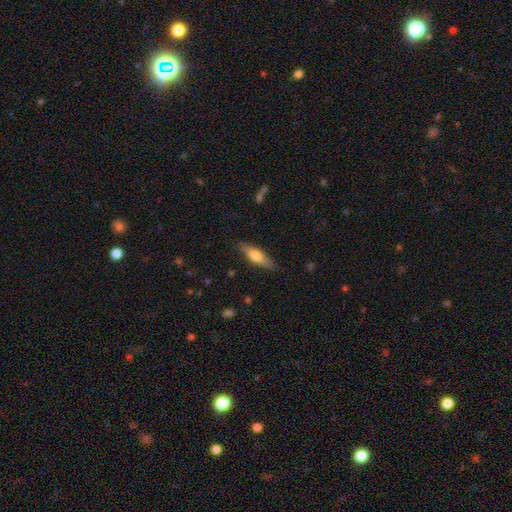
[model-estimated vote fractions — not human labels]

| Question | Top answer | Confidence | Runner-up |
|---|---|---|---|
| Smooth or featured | smooth | 61% | featured or disk (33%) |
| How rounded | cigar-shaped | 60% | in between (38%) |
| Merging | none | 83% | minor disturbance (13%) |